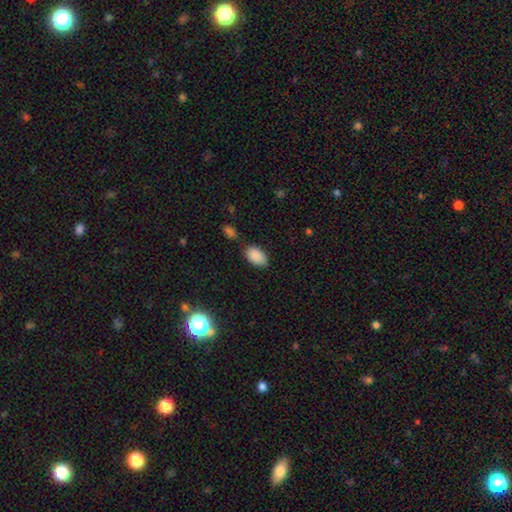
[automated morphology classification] A smooth galaxy with no disk features (89%) that is in between round and cigar-shaped (93%).

Vote fractions:
- Smooth or featured? smooth: 89% / star or artifact: 8% / featured or disk: 3%
- How rounded? in between: 93% / round: 5% / cigar-shaped: 2%
- Merging? none: 70% / minor disturbance: 18% / merger: 7% / major disturbance: 4%